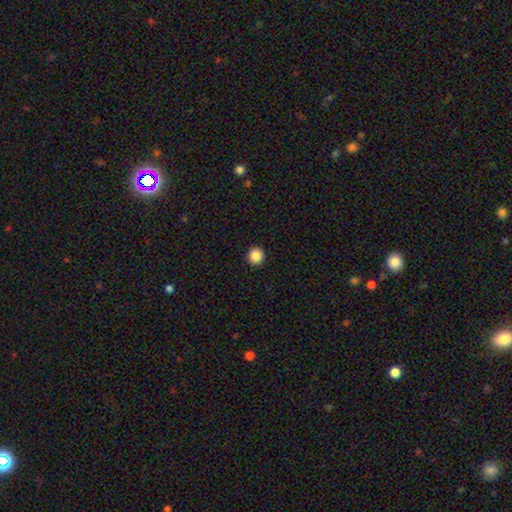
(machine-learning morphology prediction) A smooth galaxy with no disk features (86%) that is round (93%).

Vote fractions:
- Smooth or featured? smooth: 86% / star or artifact: 10% / featured or disk: 3%
- How rounded? round: 93% / in between: 6% / cigar-shaped: 1%
- Merging? none: 94% / minor disturbance: 4% / major disturbance: 1% / merger: 1%